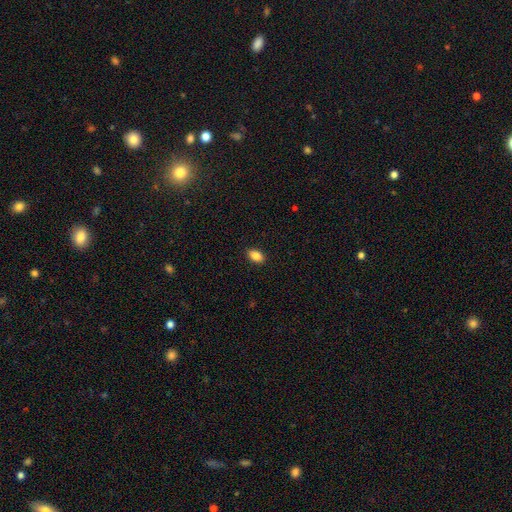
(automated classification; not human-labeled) This appears to be a smooth galaxy with no disk features (87%) that is in between round and cigar-shaped (90%). Merging: none (90%).